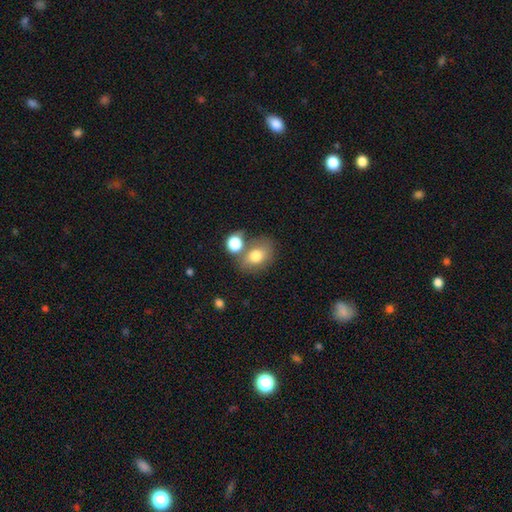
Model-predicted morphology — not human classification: Overall: smooth (74%). How rounded: in between (64%; round 35%). Merging: none (52%; merger 27%).